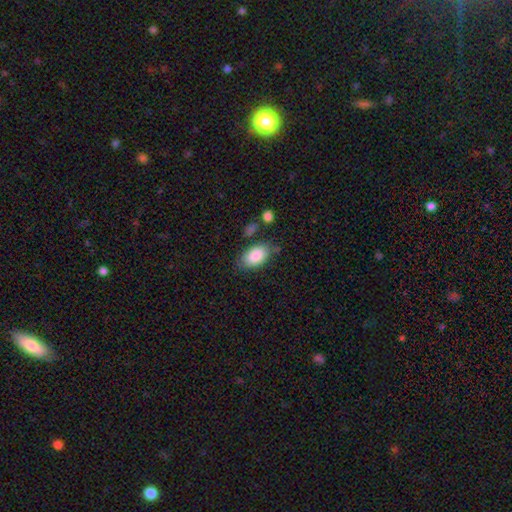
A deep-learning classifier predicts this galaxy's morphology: type=smooth (85%); roundness=in between (93%); merging=none (72%).